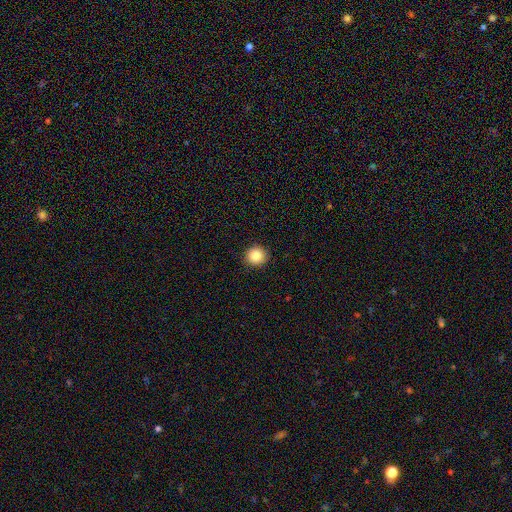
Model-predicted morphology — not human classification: Q: Smooth or featured?
A: smooth (84%); runner-up: star or artifact (10%)
Q: How rounded?
A: round (92%); runner-up: in between (7%)
Q: Merging?
A: none (92%); runner-up: minor disturbance (6%)